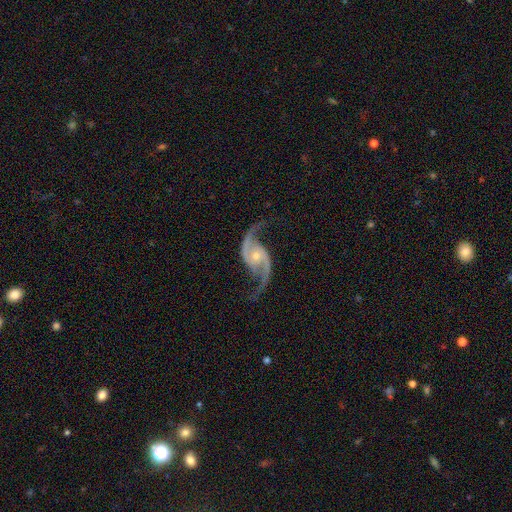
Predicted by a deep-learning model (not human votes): A featured or disk galaxy (94%) with no bar (63%), 2 (95%) loose (62%) spiral arms (98%) and a small central bulge (51%).

Vote fractions:
- Smooth or featured? featured or disk: 94% / star or artifact: 4% / smooth: 3%
- Edge-on disk? no: 98% / yes: 2%
- Bar? no: 63% / weak: 27% / strong: 9%
- Spiral arms? yes: 98% / no: 2%
- Spiral winding? loose: 62% / medium: 32% / tight: 7%
- Spiral arm count? 2: 95% / can't tell: 1% / 1: 1% / 3: 1% / 4: 1% / more than 4: 1%
- Bulge size? small: 51% / moderate: 44% / large: 2% / none: 2% / dominant: 1%
- Merging? none: 79% / minor disturbance: 13% / major disturbance: 7% / merger: 2%